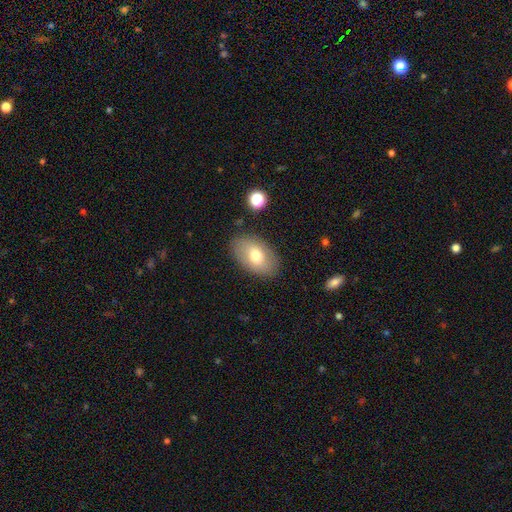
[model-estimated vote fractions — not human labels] Smooth or featured?
  - smooth: 71% *
  - featured or disk: 21%
  - star or artifact: 8%
How rounded?
  - in between: 91% *
  - round: 8%
  - cigar-shaped: 1%
Merging?
  - none: 84% *
  - minor disturbance: 11%
  - major disturbance: 3%
  - merger: 2%